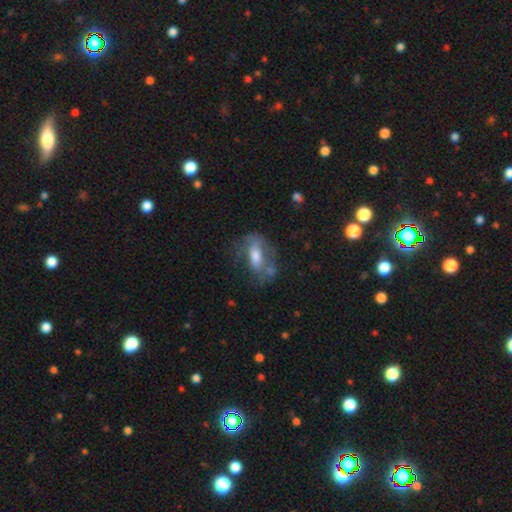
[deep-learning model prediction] Overall: featured or disk (46%; smooth 43%). Merging: none (47%; minor disturbance 23%).